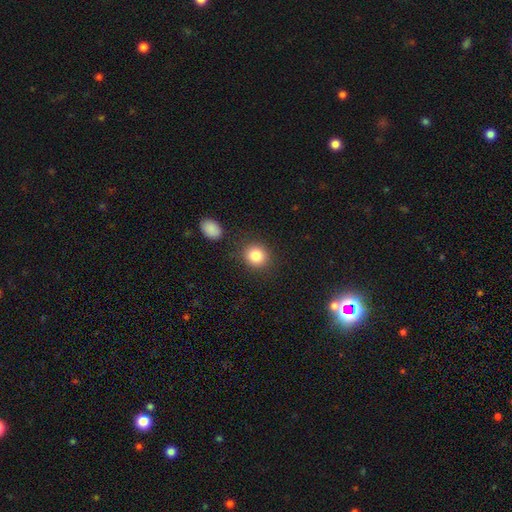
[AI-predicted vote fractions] Smooth or featured?
  - smooth: 85% *
  - star or artifact: 10%
  - featured or disk: 6%
How rounded?
  - round: 81% *
  - in between: 18%
  - cigar-shaped: 1%
Merging?
  - none: 84% *
  - minor disturbance: 9%
  - merger: 5%
  - major disturbance: 3%